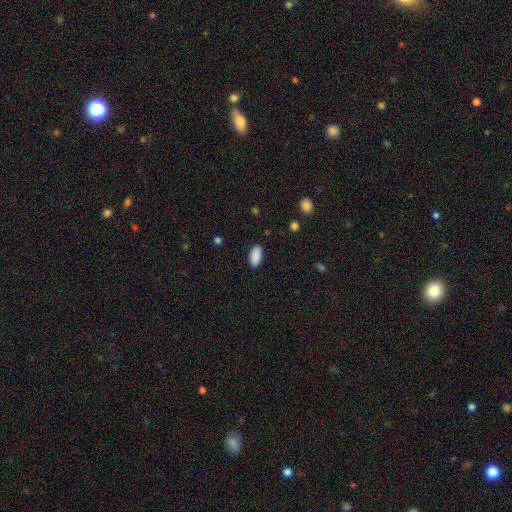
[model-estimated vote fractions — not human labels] The model was most divided on "merging": none: 88%, minor disturbance: 9%, major disturbance: 2%, merger: 1%. More confident: how rounded — in between (92%); smooth or featured — smooth (90%).